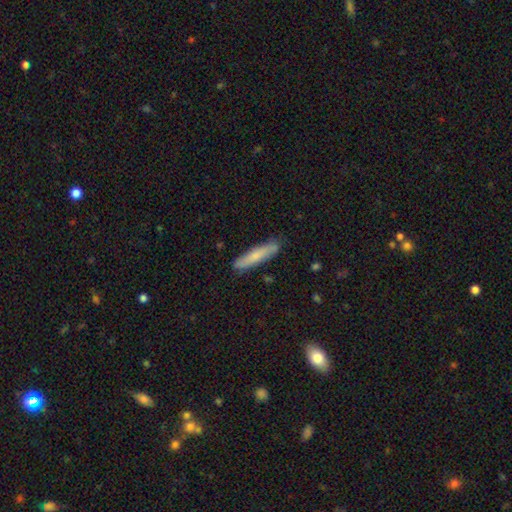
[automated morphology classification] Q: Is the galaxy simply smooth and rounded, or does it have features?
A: smooth — 68%.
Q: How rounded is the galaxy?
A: cigar-shaped — 89%.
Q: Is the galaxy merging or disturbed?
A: none — 86%.